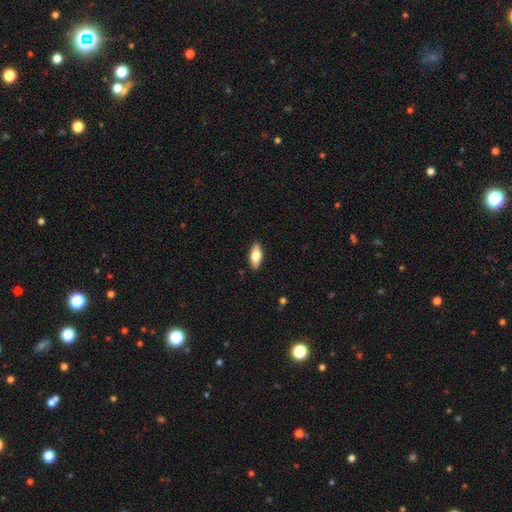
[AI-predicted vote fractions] Overall: smooth (75%). How rounded: in between (85%). Merging: none (88%).